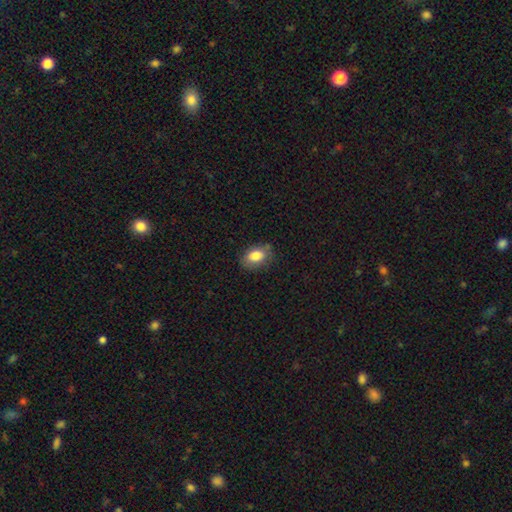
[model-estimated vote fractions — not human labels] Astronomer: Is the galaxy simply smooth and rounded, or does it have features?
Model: smooth — 81%.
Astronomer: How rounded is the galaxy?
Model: in between — 85%.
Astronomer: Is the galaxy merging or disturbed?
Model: none — 75%.